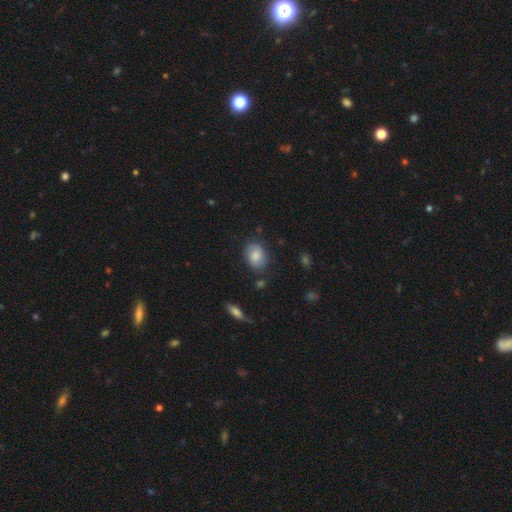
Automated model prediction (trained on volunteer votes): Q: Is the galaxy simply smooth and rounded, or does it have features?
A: smooth — 82%.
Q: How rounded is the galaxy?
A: in between — 72%.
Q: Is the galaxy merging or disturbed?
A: none — 78%.